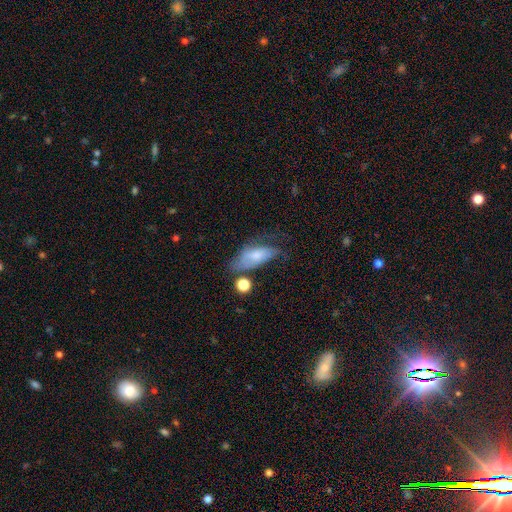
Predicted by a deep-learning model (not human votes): The model was most divided on "merging": none: 33%, minor disturbance: 31%, major disturbance: 28%, merger: 9%. More confident: how rounded — in between (82%); smooth or featured — smooth (61%).